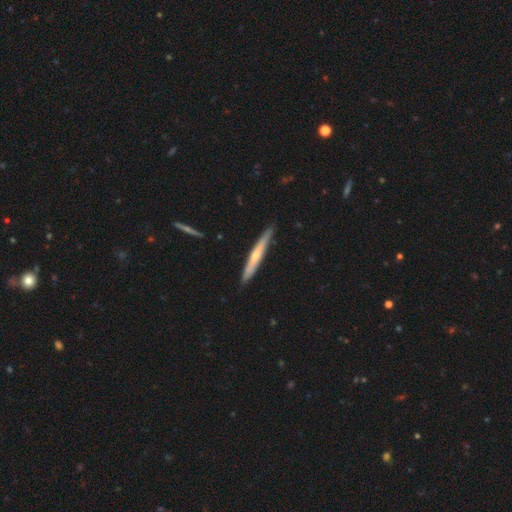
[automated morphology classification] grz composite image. It shows a featured or disk galaxy (51%) viewed edge-on (94%). Merging: none (87%).